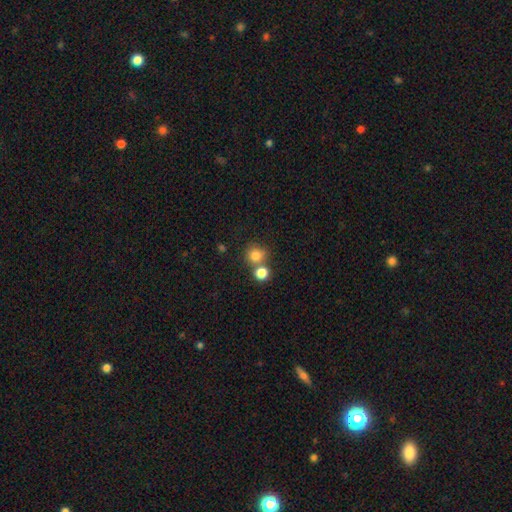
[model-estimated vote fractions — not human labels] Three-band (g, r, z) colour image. It shows a smooth galaxy with no disk features (80%) that is round (87%). Merging: none (59%).